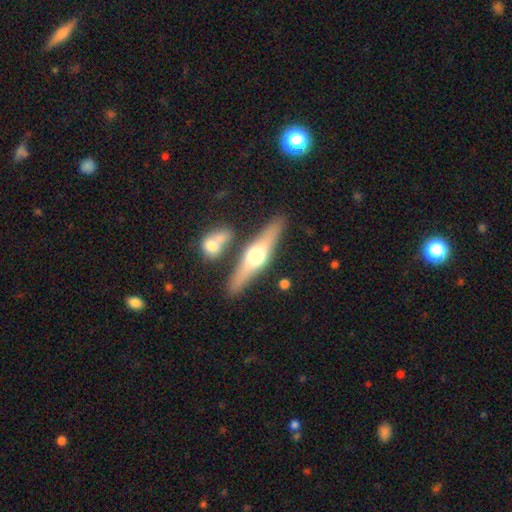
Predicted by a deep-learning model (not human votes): Q: Smooth or featured?
A: featured or disk (56%); runner-up: smooth (38%)
Q: Edge-on disk?
A: yes (91%); runner-up: no (9%)
Q: Edge-on bulge?
A: rounded (94%); runner-up: boxy (3%)
Q: Merging?
A: none (79%); runner-up: merger (9%)